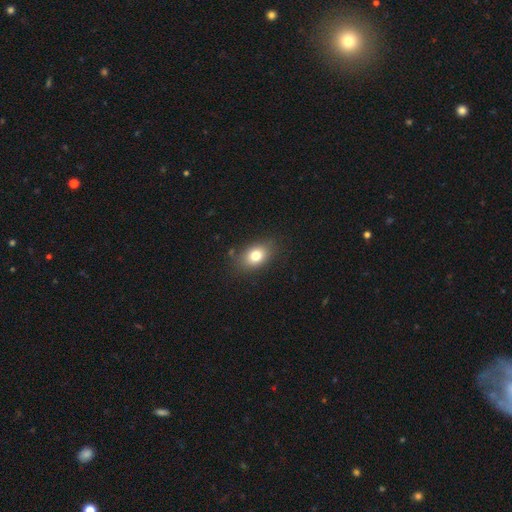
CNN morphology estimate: type=smooth (79%); roundness=in between (76%); merging=none (81%).